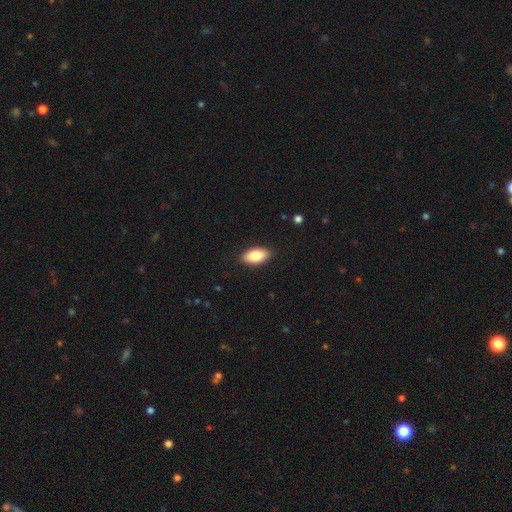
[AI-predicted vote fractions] Morphology: type=smooth (84%); roundness=in between (92%); merging=none (88%).